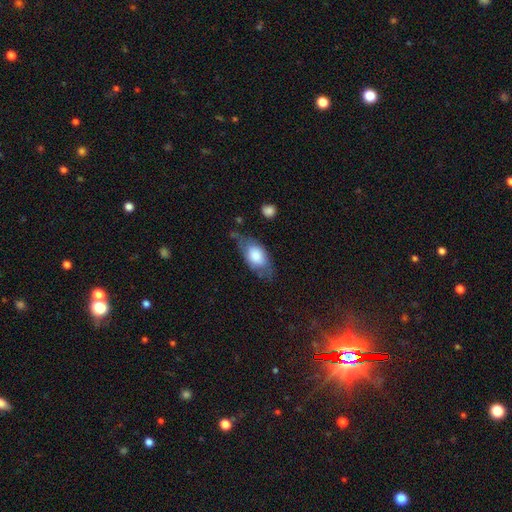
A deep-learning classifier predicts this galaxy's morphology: A smooth galaxy with no disk features (68%) that is in between round and cigar-shaped (87%).

Vote fractions:
- Smooth or featured? smooth: 68% / featured or disk: 26% / star or artifact: 6%
- How rounded? in between: 87% / cigar-shaped: 8% / round: 5%
- Merging? none: 56% / minor disturbance: 28% / major disturbance: 12% / merger: 4%